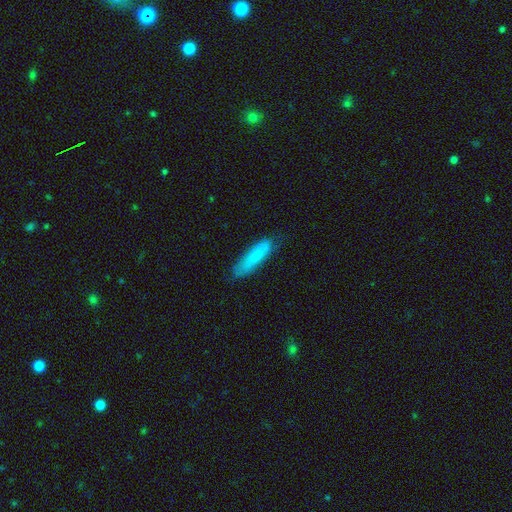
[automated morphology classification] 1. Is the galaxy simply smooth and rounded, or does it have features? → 75% smooth, 19% featured or disk, 6% star or artifact.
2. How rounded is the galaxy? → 69% cigar-shaped, 30% in between, 1% round.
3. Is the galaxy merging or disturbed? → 73% none, 21% minor disturbance, 4% major disturbance, 2% merger.